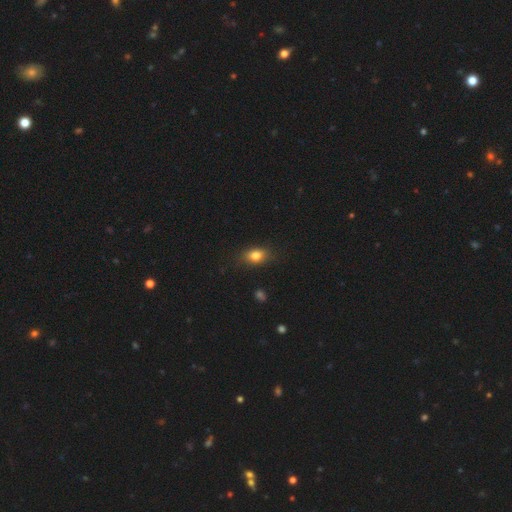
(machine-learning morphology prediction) type=smooth (81%); roundness=in between (73%); merging=none (83%).